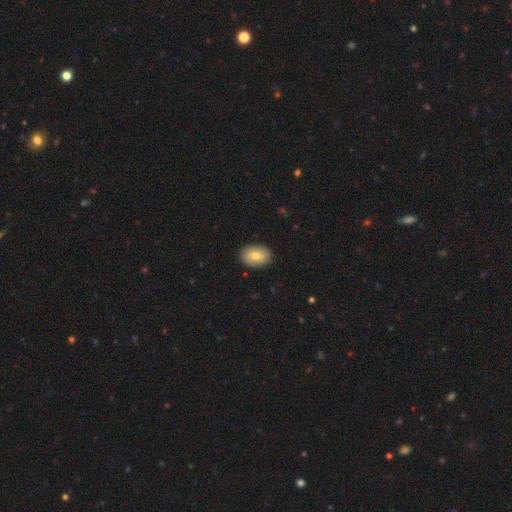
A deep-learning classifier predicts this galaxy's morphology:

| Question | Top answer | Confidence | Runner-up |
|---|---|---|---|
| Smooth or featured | smooth | 76% | featured or disk (17%) |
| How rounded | in between | 81% | round (18%) |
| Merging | none | 89% | minor disturbance (8%) |